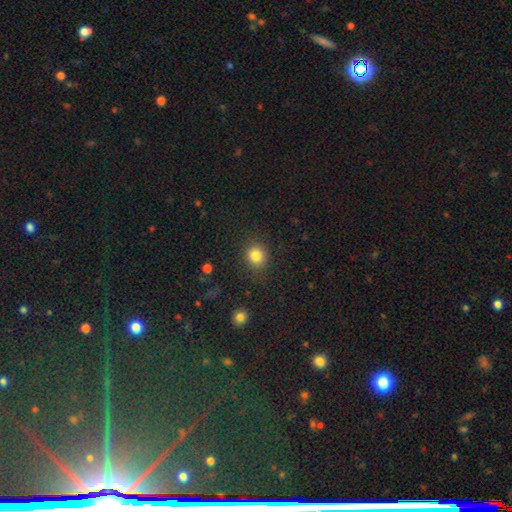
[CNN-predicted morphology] A smooth galaxy with no disk features (83%) that is round (80%).

Vote fractions:
- Smooth or featured? smooth: 83% / star or artifact: 12% / featured or disk: 5%
- How rounded? round: 80% / in between: 19% / cigar-shaped: 1%
- Merging? none: 85% / minor disturbance: 10% / major disturbance: 4% / merger: 2%